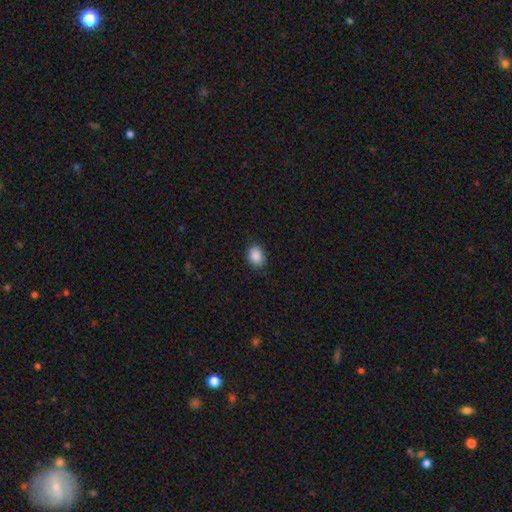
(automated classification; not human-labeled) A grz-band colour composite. It shows a smooth galaxy with no disk features (89%) that is in between round and cigar-shaped (65%). Merging: none (83%).